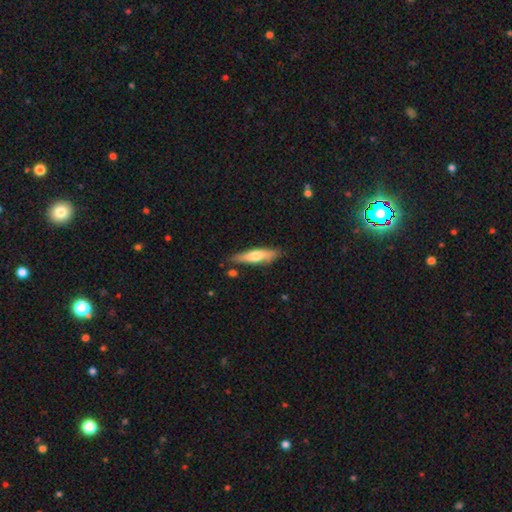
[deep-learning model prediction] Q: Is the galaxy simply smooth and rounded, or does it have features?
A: smooth — 57%.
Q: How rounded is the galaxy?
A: cigar-shaped — 72%.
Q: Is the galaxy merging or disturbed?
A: none — 78%.